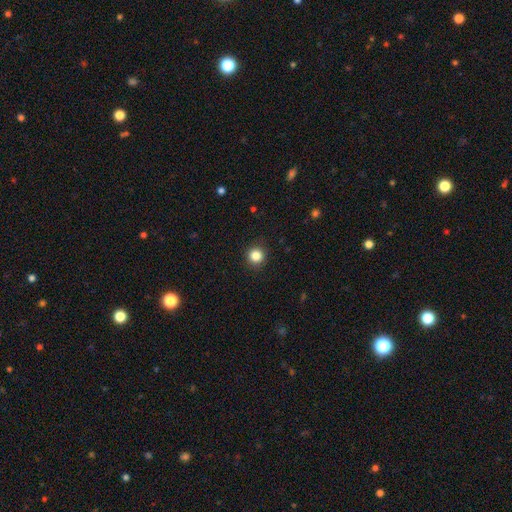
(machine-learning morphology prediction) type=smooth (85%); roundness=round (94%); merging=none (92%).